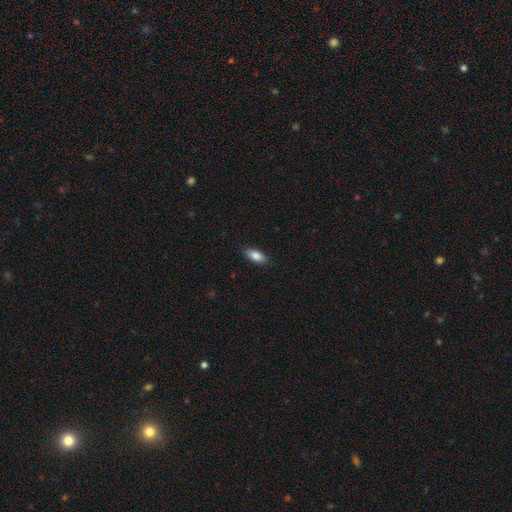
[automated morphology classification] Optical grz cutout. It shows a smooth galaxy with no disk features (84%) that is in between round and cigar-shaped (84%). Merging: none (87%).